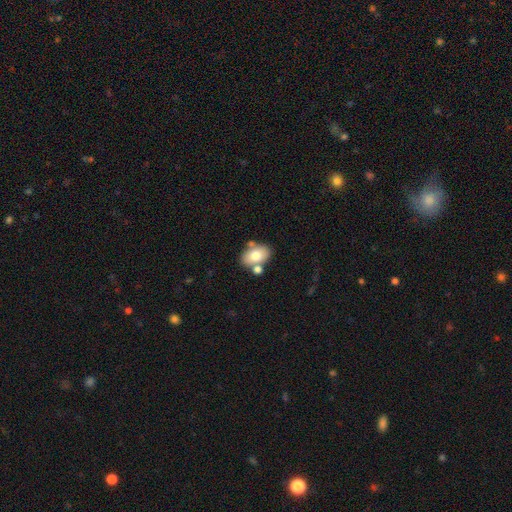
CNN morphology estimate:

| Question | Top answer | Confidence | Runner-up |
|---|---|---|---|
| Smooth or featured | smooth | 72% | featured or disk (20%) |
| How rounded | in between | 84% | round (15%) |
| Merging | none | 60% | merger (22%) |